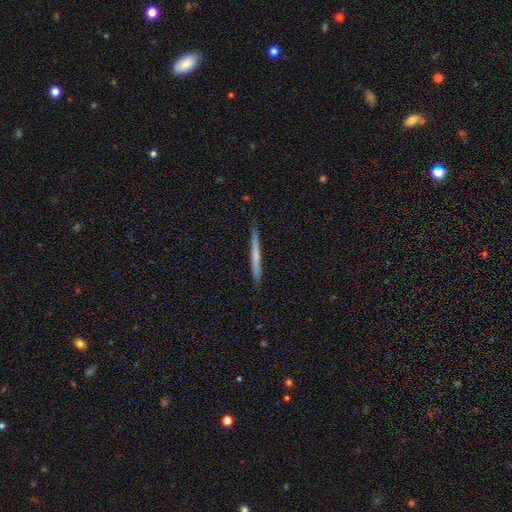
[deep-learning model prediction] Morphology: type=smooth (56%); roundness=cigar-shaped (97%); merging=none (90%).